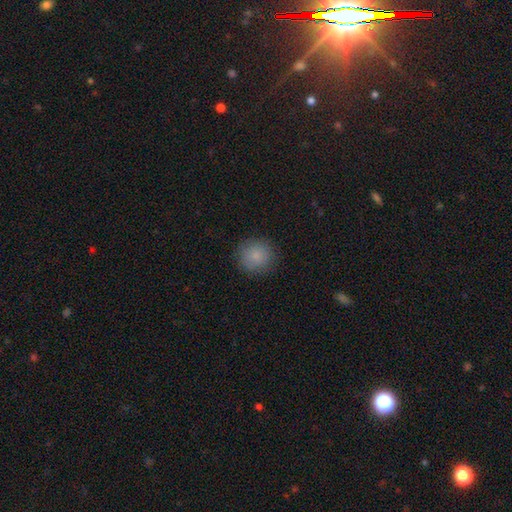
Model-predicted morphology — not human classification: Smooth or featured? smooth (86%)
How rounded? round (92%)
Merging? none (87%)